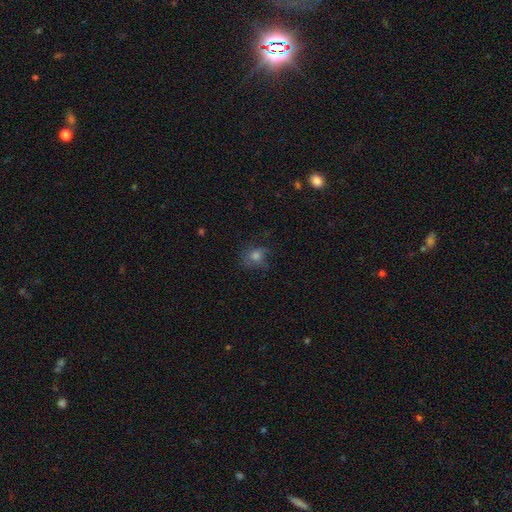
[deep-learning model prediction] A smooth galaxy with no disk features (60%) that is round (68%). Merging: none (63%).